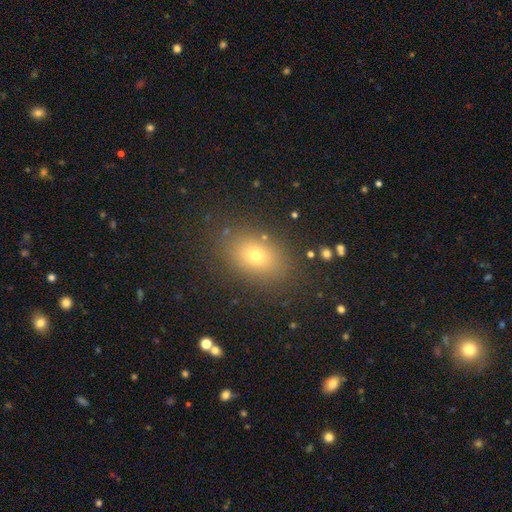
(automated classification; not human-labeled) This is likely a smooth galaxy (74%). How rounded: likely in between (80%). Merging: clearly none (84%).